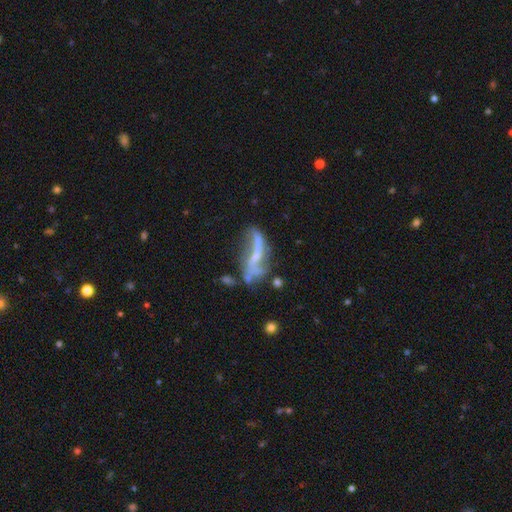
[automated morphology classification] Smooth or featured?
  - featured or disk: 76% *
  - smooth: 14%
  - star or artifact: 9%
Edge-on disk?
  - no: 85% *
  - yes: 15%
Bar?
  - no: 36% *
  - weak: 32%
  - strong: 32%
Spiral arms?
  - yes: 77% *
  - no: 23%
Spiral winding?
  - loose: 88% *
  - medium: 9%
  - tight: 4%
Spiral arm count?
  - 2: 81% *
  - can't tell: 8%
  - 1: 8%
  - 3: 2%
  - 4: 1%
  - more than 4: 1%
Bulge size?
  - small: 53% *
  - none: 29%
  - moderate: 15%
  - large: 2%
  - dominant: 1%
Merging?
  - none: 39% *
  - major disturbance: 23%
  - minor disturbance: 20%
  - merger: 18%